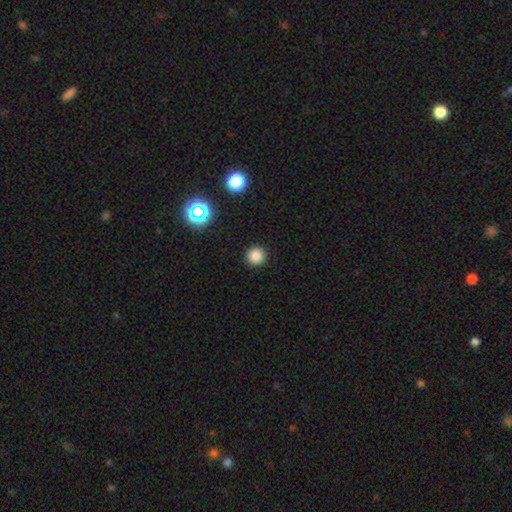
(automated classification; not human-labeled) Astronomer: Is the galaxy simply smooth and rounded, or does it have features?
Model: smooth — 83%.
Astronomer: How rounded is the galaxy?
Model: round — 95%.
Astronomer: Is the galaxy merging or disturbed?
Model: none — 92%.